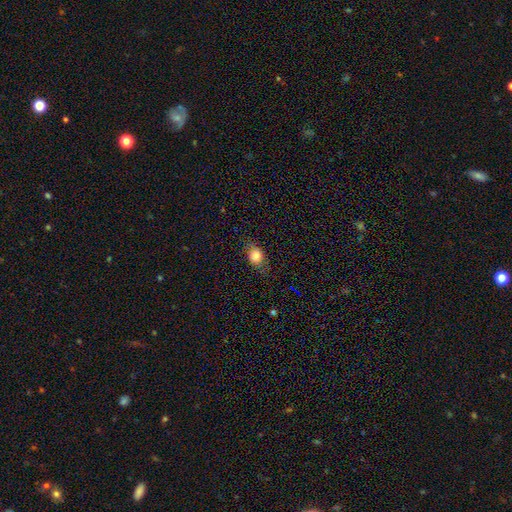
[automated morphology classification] smooth_or_featured: smooth (p=0.80) [alt: star or artifact p=0.10]
how_rounded: in between (p=0.58) [alt: round p=0.40]
merging: none (p=0.72) [alt: minor disturbance p=0.20]